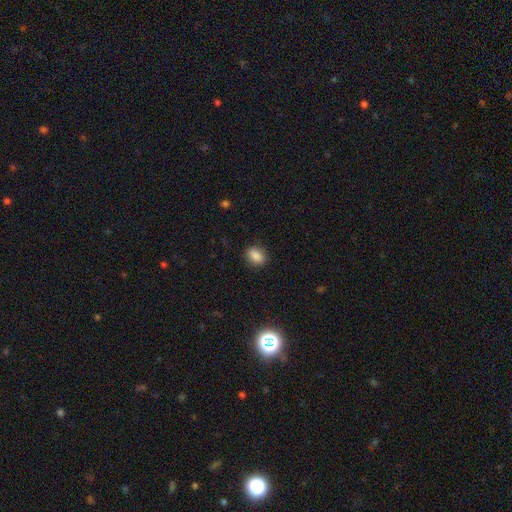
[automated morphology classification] smooth 85%, star or artifact 10%, featured or disk 5%. Down the decision tree: how rounded — in between (65%); merging — none (87%).